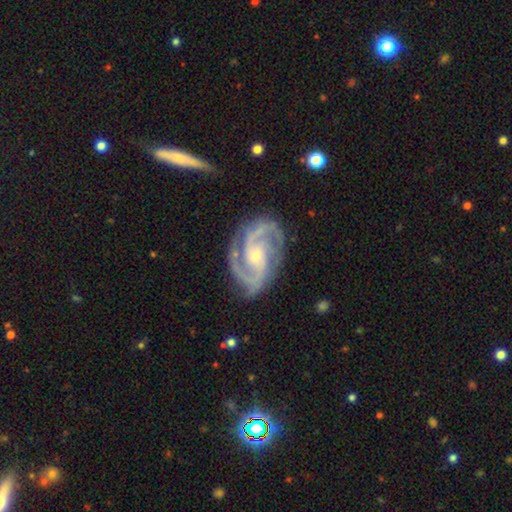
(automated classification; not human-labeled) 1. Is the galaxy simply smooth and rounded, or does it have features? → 93% featured or disk, 4% star or artifact, 3% smooth.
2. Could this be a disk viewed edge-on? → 98% no, 2% yes.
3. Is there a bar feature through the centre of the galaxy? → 55% no, 31% weak, 14% strong.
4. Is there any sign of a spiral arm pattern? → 99% yes, 1% no.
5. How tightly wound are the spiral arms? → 52% medium, 41% tight, 7% loose.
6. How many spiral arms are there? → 70% 2, 19% 3, 3% can't tell, 3% 4, 2% 1, 2% more than 4.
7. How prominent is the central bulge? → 70% small, 27% moderate, 2% none, 1% large, 1% dominant.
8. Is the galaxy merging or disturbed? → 78% none, 15% minor disturbance, 5% major disturbance, 2% merger.